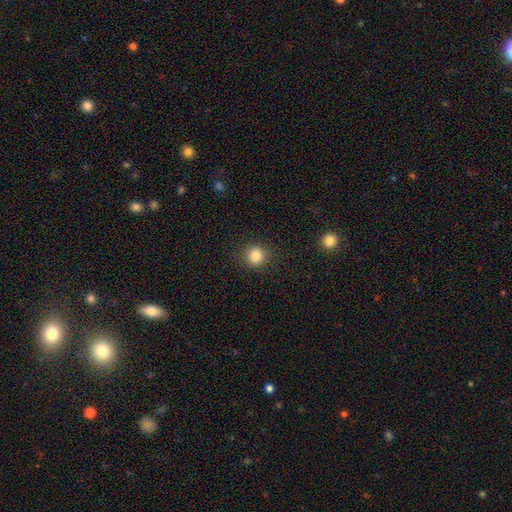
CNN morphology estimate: type=smooth (84%); roundness=round (90%); merging=none (89%).